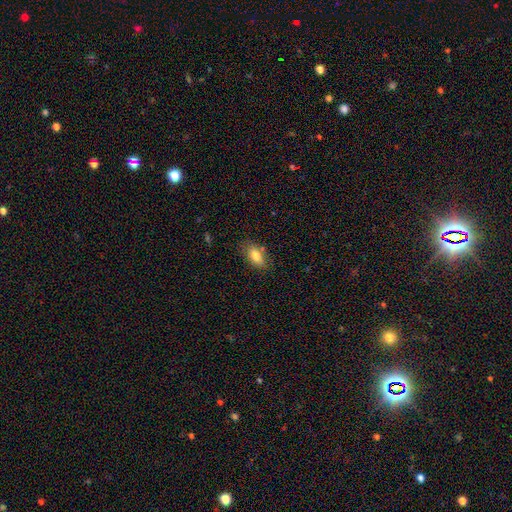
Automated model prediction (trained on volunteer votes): A smooth galaxy with no disk features (79%) that is in between round and cigar-shaped (88%).

Vote fractions:
- Smooth or featured? smooth: 79% / featured or disk: 13% / star or artifact: 8%
- How rounded? in between: 88% / cigar-shaped: 6% / round: 6%
- Merging? none: 78% / minor disturbance: 15% / major disturbance: 3% / merger: 3%